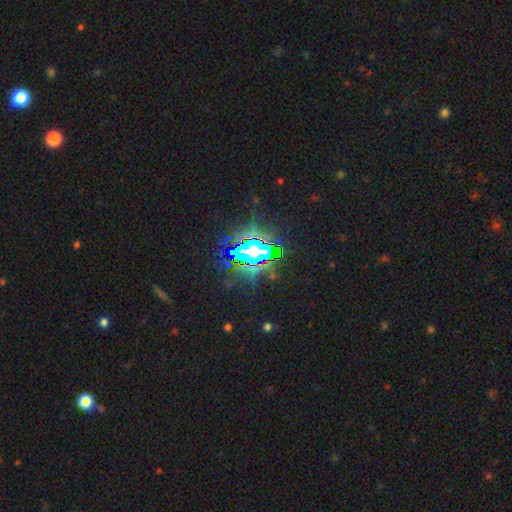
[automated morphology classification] smooth_or_featured: star or artifact (p=0.73) [alt: smooth p=0.15]